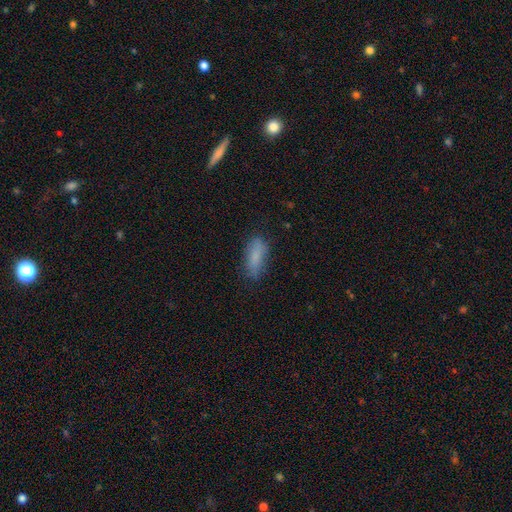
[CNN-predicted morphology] The model was most divided on "how rounded": in between: 70%, cigar-shaped: 28%, round: 2%. More confident: smooth or featured — smooth (82%); merging — none (74%).